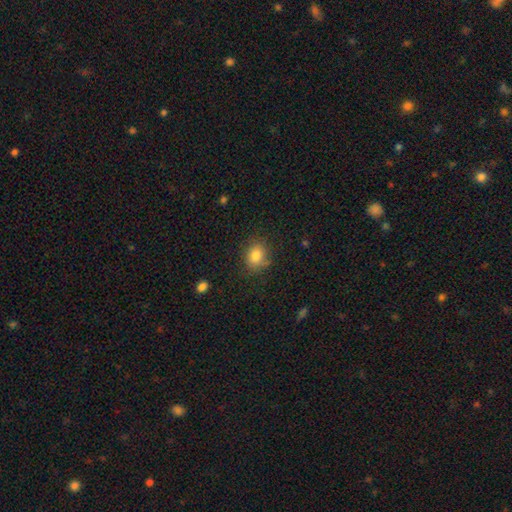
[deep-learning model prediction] Smooth or featured? smooth (82%)
How rounded? round (54%)
Merging? none (76%)